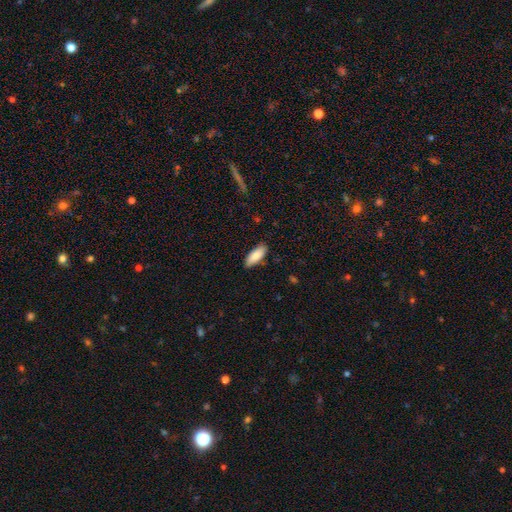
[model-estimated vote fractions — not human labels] This is clearly a smooth galaxy (85%). How rounded: likely in between (76%). Merging: clearly none (85%).